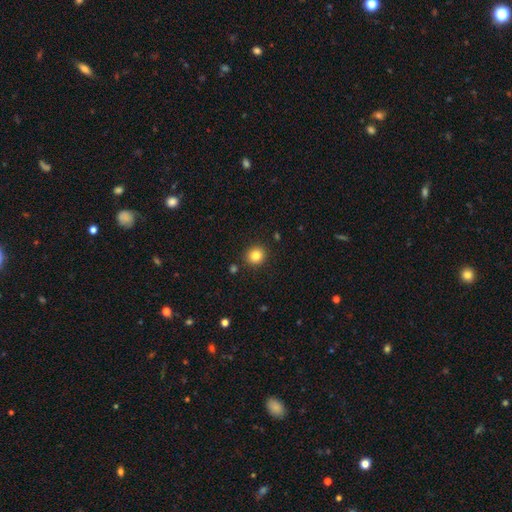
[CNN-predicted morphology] type=smooth (84%); roundness=round (87%); merging=none (90%).